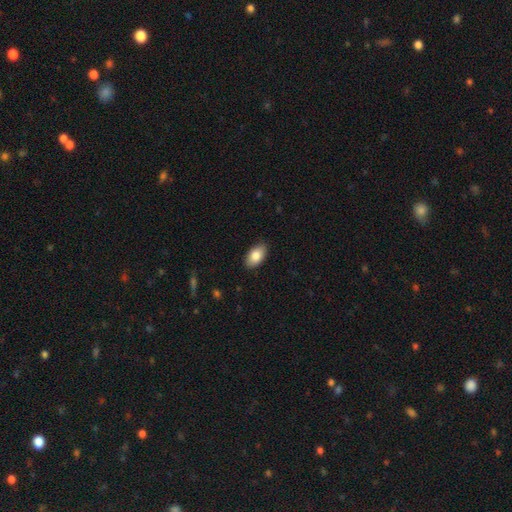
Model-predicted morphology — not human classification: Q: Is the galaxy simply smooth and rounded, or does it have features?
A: smooth — 84%.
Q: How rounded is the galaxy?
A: in between — 94%.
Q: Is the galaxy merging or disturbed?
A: none — 88%.